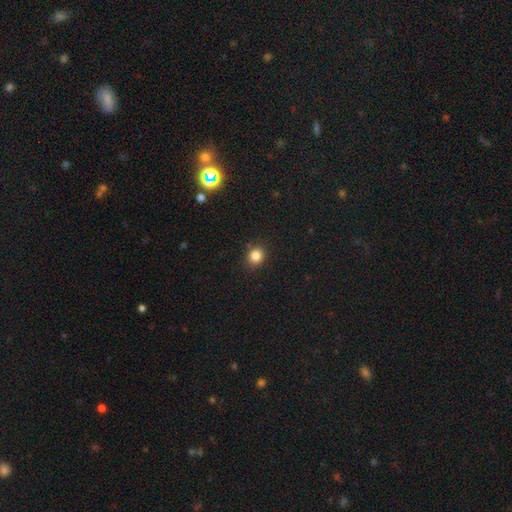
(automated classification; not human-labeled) Smooth or featured: smooth — 83% (star or artifact — 12%)
How rounded: round — 76% (in between — 23%)
Merging: none — 87% (minor disturbance — 9%)